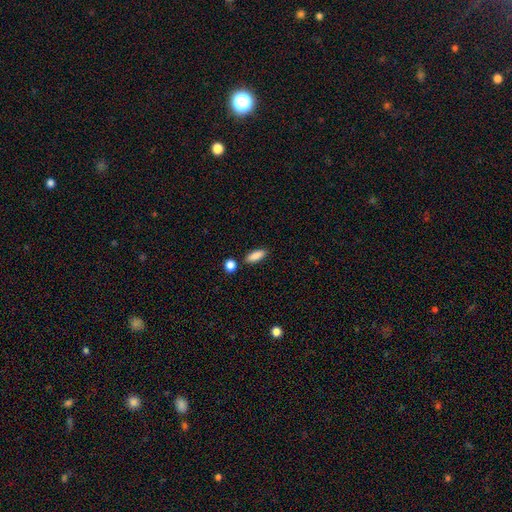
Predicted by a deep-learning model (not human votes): The model was most divided on "how rounded": in between: 72%, cigar-shaped: 25%, round: 3%. More confident: smooth or featured — smooth (87%); merging — none (81%).